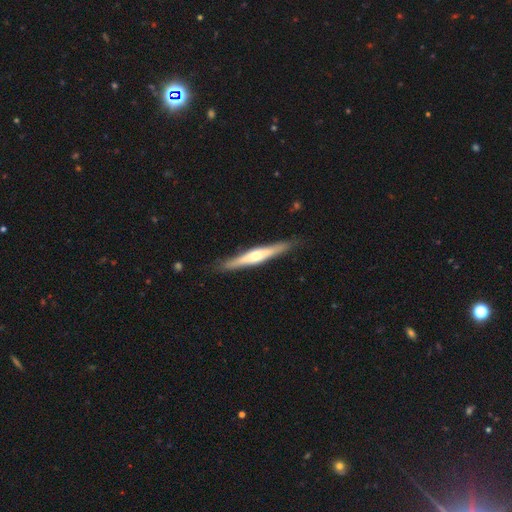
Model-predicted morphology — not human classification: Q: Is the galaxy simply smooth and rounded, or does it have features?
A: featured or disk — 66%.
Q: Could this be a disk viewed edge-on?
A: yes — 96%.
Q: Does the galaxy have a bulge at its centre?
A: rounded — 85%.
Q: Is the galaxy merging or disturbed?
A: none — 88%.